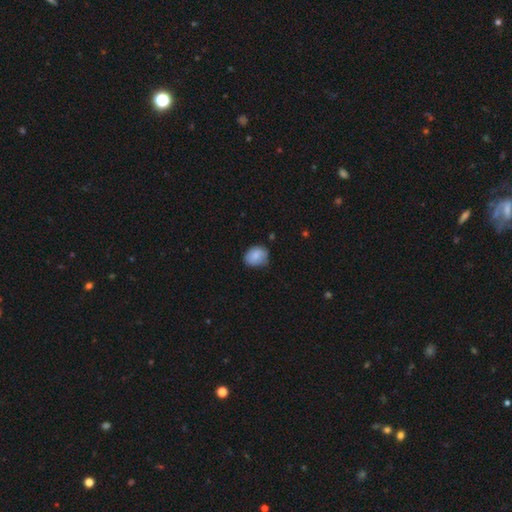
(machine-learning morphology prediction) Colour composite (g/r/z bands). It shows a smooth galaxy with no disk features (84%) that is in between round and cigar-shaped (50%). Merging: none (66%).